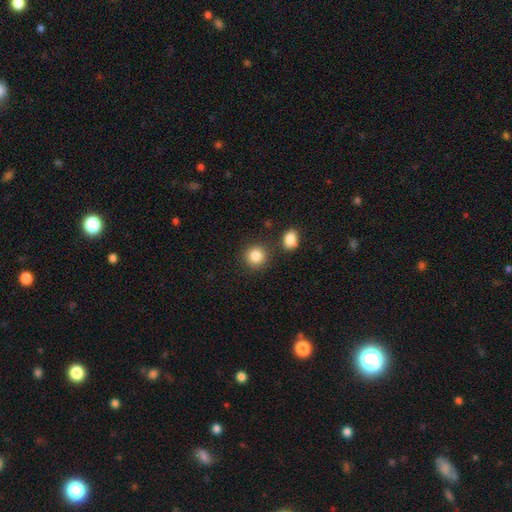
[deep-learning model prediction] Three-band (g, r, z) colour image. It shows a smooth galaxy with no disk features (86%) that is round (89%). Merging: none (83%).